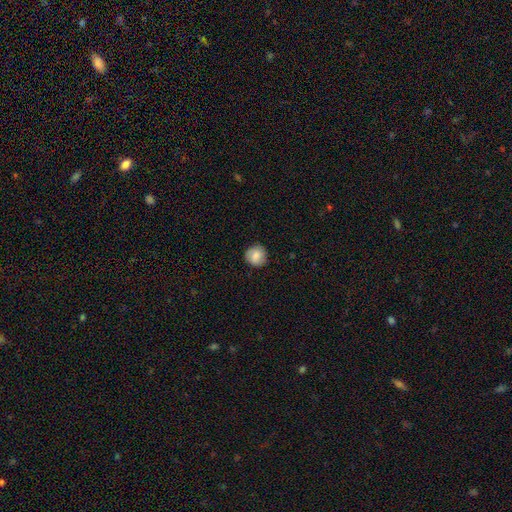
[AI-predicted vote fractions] Smooth or featured: smooth — 79% (featured or disk — 13%)
How rounded: round — 91% (in between — 8%)
Merging: none — 86% (minor disturbance — 11%)